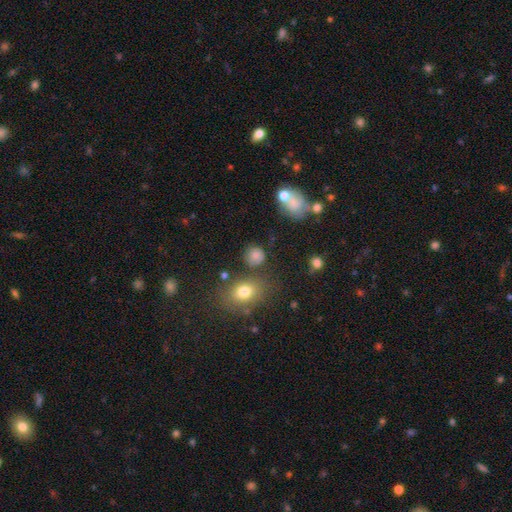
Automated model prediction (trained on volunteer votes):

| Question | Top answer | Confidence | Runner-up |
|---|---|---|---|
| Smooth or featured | smooth | 79% | star or artifact (14%) |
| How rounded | round | 82% | in between (17%) |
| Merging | none | 74% | minor disturbance (14%) |